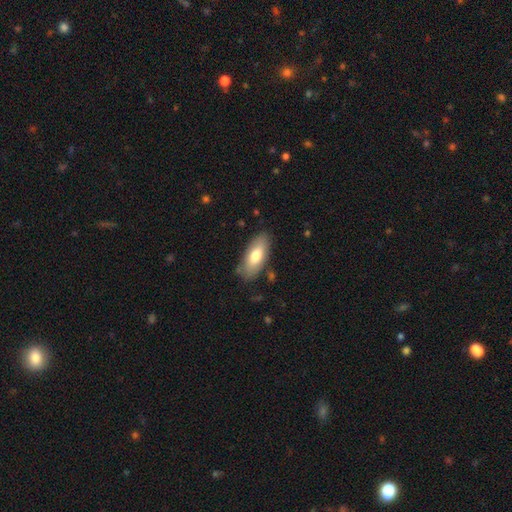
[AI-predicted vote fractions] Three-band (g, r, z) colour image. It shows a smooth galaxy with no disk features (73%) that is in between round and cigar-shaped (82%). Merging: none (81%).